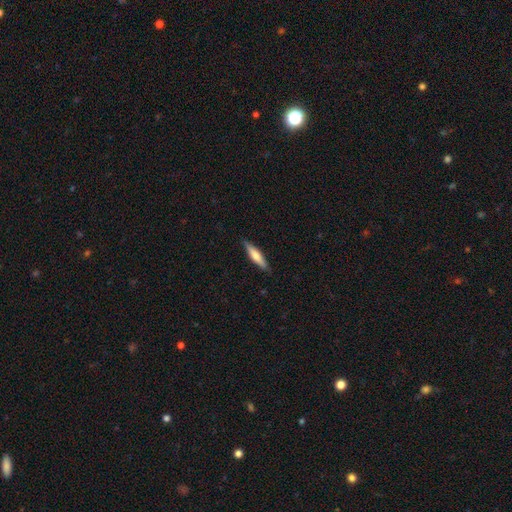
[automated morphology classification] Smooth or featured? smooth (62%)
How rounded? cigar-shaped (81%)
Merging? none (87%)